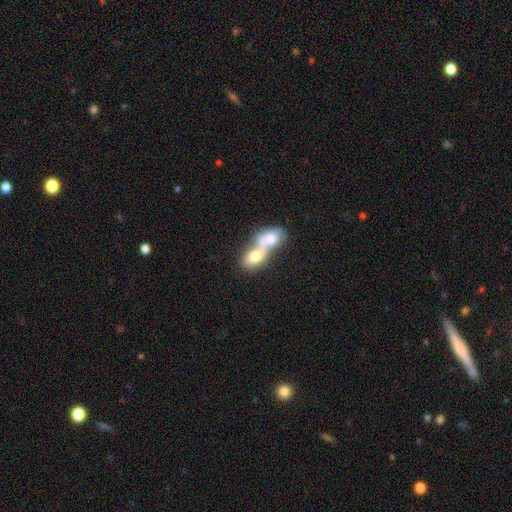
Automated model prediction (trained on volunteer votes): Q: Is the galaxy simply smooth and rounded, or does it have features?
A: smooth — 68%.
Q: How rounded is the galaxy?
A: in between — 74%.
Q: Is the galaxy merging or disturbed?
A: merger — 83%.